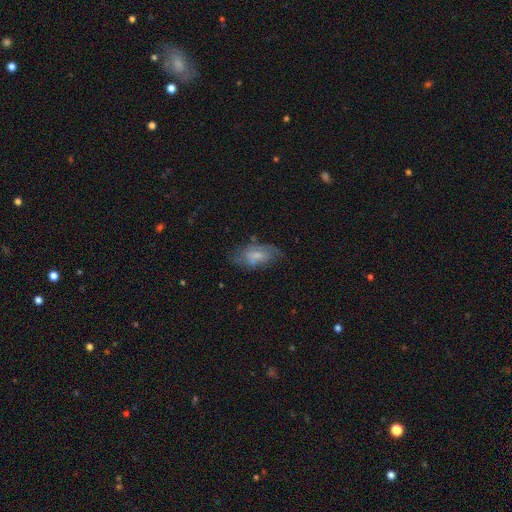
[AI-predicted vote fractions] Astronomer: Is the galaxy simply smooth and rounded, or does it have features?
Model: smooth — 53% (runner-up: featured or disk, 39%).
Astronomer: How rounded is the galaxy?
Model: in between — 90%.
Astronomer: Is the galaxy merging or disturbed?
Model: none — 53%.